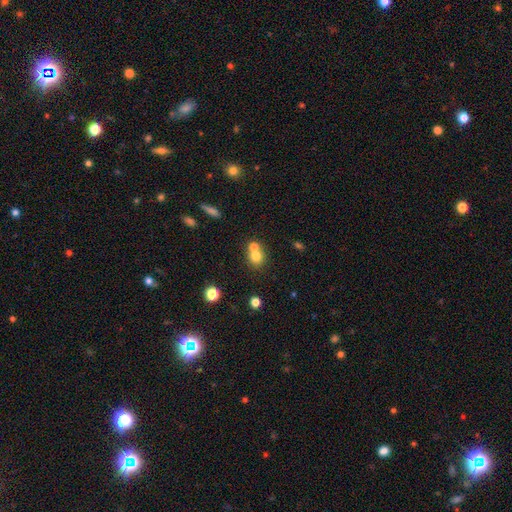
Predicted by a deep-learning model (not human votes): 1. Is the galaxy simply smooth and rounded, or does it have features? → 74% smooth, 13% star or artifact, 13% featured or disk.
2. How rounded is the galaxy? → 80% round, 19% in between, 1% cigar-shaped.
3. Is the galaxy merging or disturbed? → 51% merger, 41% none, 6% minor disturbance, 2% major disturbance.